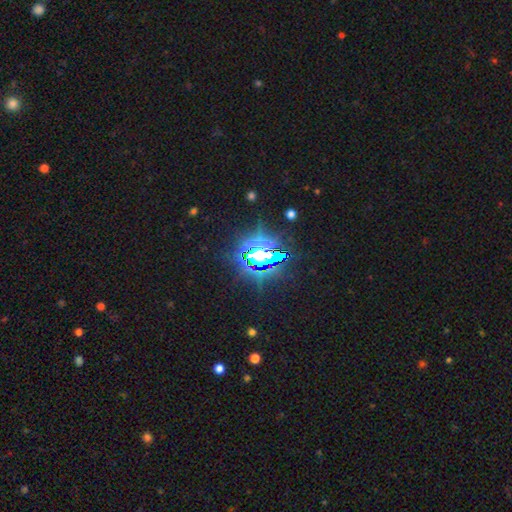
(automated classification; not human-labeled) smooth-or-featured: star or artifact: 76% | smooth: 14% | featured or disk: 10%